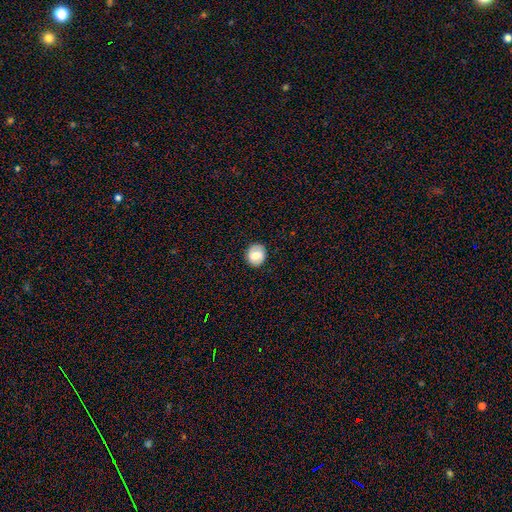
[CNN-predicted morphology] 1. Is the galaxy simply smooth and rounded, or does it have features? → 58% smooth, 34% featured or disk, 8% star or artifact.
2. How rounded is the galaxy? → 76% round, 23% in between, 1% cigar-shaped.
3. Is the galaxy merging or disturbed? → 85% none, 11% minor disturbance, 3% major disturbance, 1% merger.